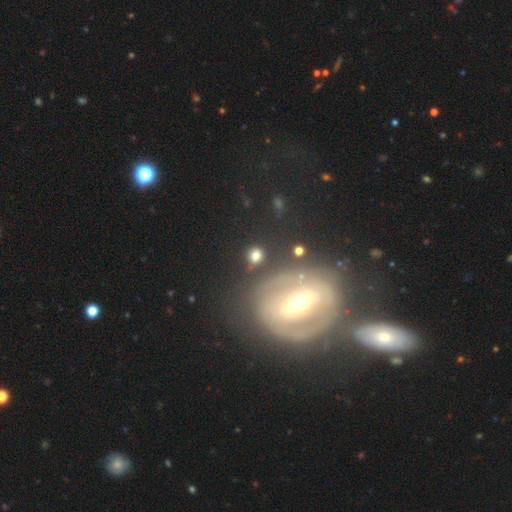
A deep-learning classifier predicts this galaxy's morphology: smooth_or_featured: smooth (p=0.76) [alt: star or artifact p=0.13]
how_rounded: round (p=0.76) [alt: in between p=0.23]
merging: none (p=0.75) [alt: minor disturbance p=0.11]